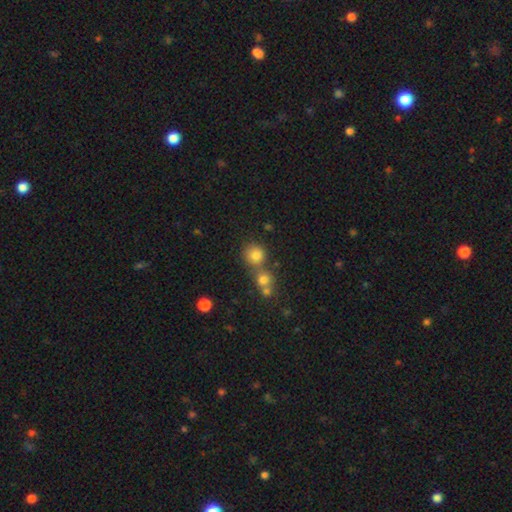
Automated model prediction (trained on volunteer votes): smooth-or-featured: smooth: 78% | star or artifact: 14% | featured or disk: 8%
  how-rounded: round: 88% | in between: 11% | cigar-shaped: 1%
  merging: none: 56% | merger: 33% | minor disturbance: 8% | major disturbance: 3%